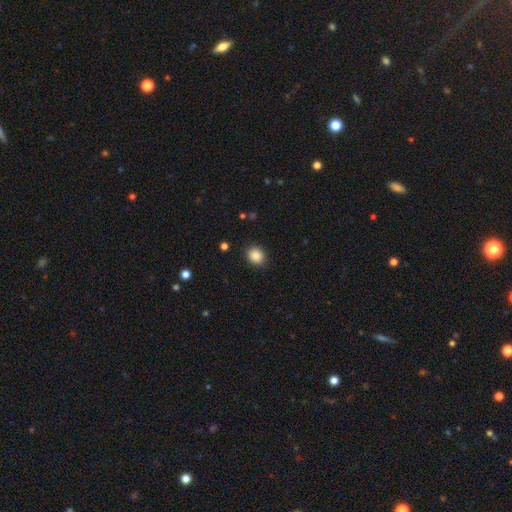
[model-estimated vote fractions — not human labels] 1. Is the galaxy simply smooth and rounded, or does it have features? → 87% smooth, 10% star or artifact, 3% featured or disk.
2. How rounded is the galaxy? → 71% round, 28% in between, 1% cigar-shaped.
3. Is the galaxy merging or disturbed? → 90% none, 7% minor disturbance, 2% major disturbance, 1% merger.